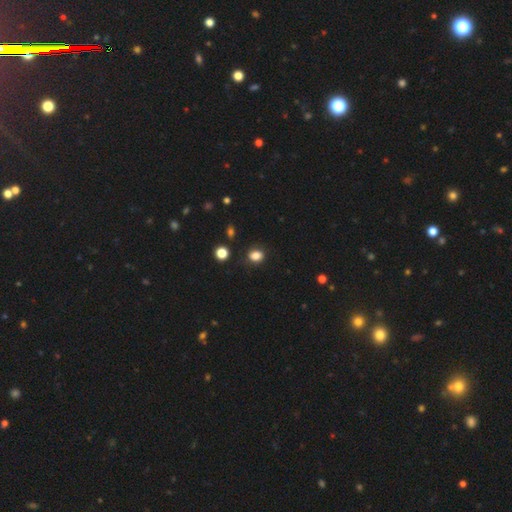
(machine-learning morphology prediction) smooth 84%, star or artifact 12%, featured or disk 5%. Down the decision tree: how rounded — round (52%); merging — none (81%).